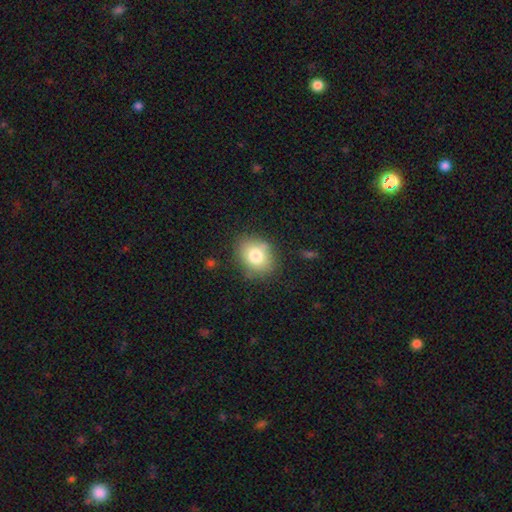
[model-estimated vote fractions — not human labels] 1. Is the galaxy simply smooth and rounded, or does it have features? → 77% smooth, 13% featured or disk, 10% star or artifact.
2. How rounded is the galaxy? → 51% round, 48% in between, 1% cigar-shaped.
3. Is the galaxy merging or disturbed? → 77% none, 16% minor disturbance, 5% major disturbance, 3% merger.